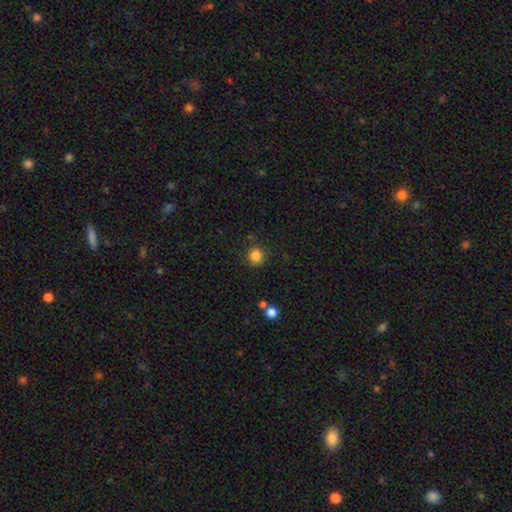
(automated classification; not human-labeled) This is clearly a smooth galaxy (85%). How rounded: clearly round (93%). Merging: clearly none (86%).